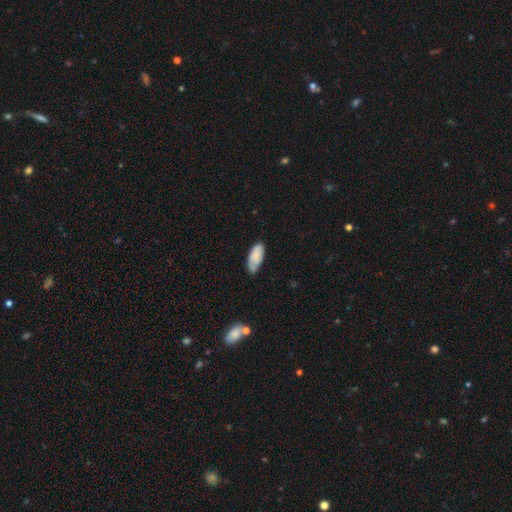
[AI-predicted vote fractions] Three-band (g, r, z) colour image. It shows a smooth galaxy with no disk features (79%) that is in between round and cigar-shaped (85%). Merging: none (62%).